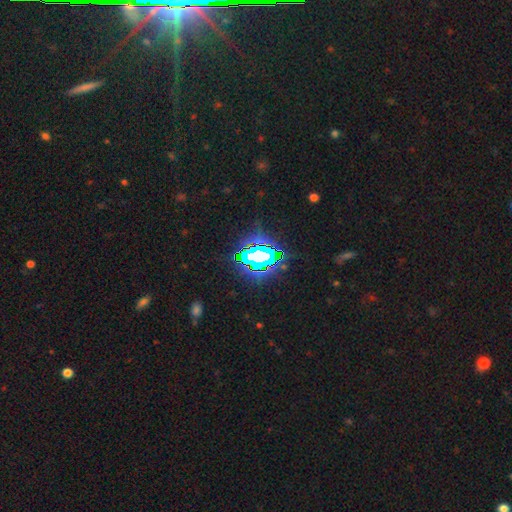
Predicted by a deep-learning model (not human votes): Smooth or featured: star or artifact — 74% (smooth — 14%)